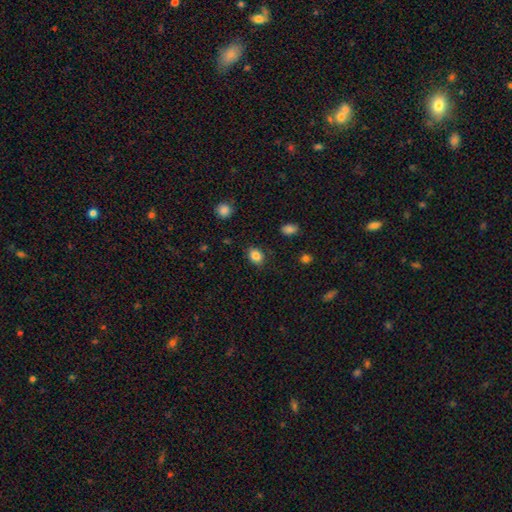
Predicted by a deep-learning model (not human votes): Morphology: type=smooth (84%); roundness=in between (64%); merging=none (85%).